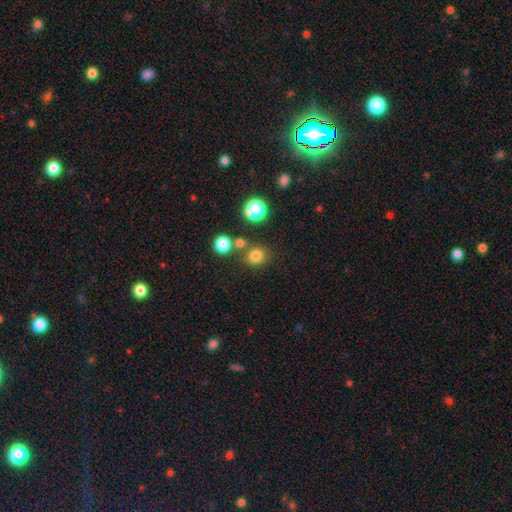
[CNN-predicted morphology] Q: Smooth or featured?
A: smooth (76%); runner-up: star or artifact (17%)
Q: How rounded?
A: round (80%); runner-up: in between (19%)
Q: Merging?
A: none (74%); runner-up: merger (14%)